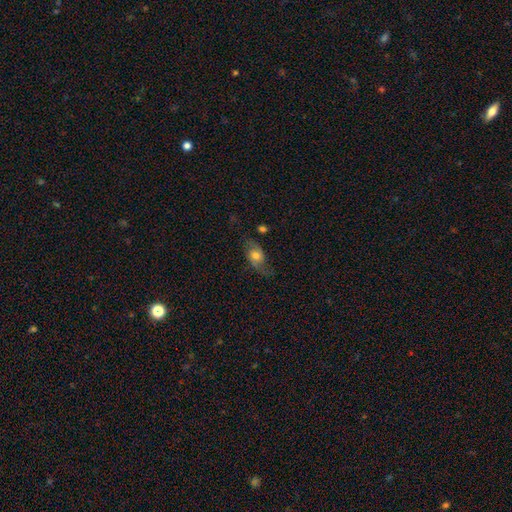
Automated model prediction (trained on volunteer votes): Q: Smooth or featured?
A: smooth (47%); runner-up: featured or disk (44%)
Q: Merging?
A: none (62%); runner-up: minor disturbance (24%)